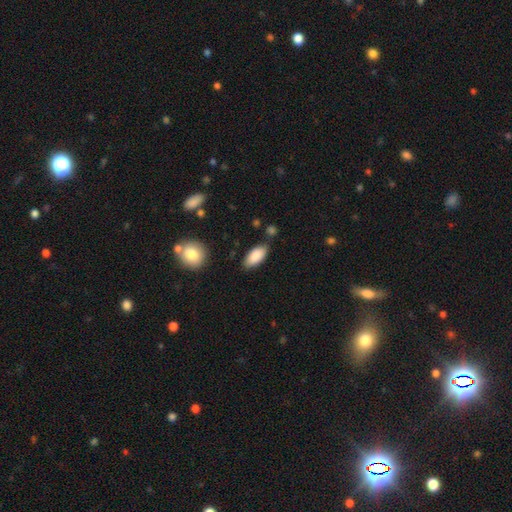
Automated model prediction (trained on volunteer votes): smooth_or_featured: smooth (p=0.88) [alt: star or artifact p=0.06]
how_rounded: in between (p=0.92) [alt: cigar-shaped p=0.06]
merging: none (p=0.79) [alt: minor disturbance p=0.14]